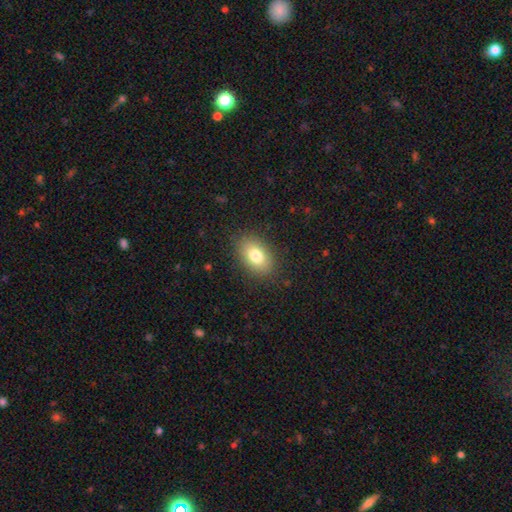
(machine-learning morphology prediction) Q: Smooth or featured?
A: smooth (79%); runner-up: featured or disk (12%)
Q: How rounded?
A: in between (86%); runner-up: round (13%)
Q: Merging?
A: none (86%); runner-up: minor disturbance (10%)